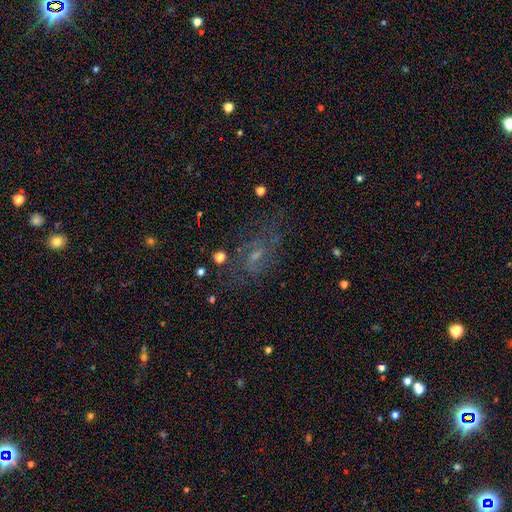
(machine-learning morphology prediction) featured or disk 57%, smooth 23%, star or artifact 19%. Down the decision tree: edge-on disk — no (94%); bar — weak (51%); spiral arms — yes (73%); bulge size — small (48%); merging — none (58%).